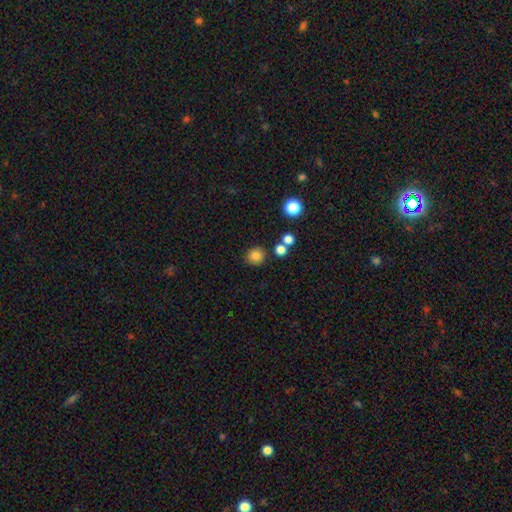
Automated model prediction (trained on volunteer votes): Smooth or featured?
  - smooth: 82% *
  - star or artifact: 13%
  - featured or disk: 5%
How rounded?
  - round: 89% *
  - in between: 10%
  - cigar-shaped: 1%
Merging?
  - none: 84% *
  - minor disturbance: 7%
  - merger: 6%
  - major disturbance: 3%